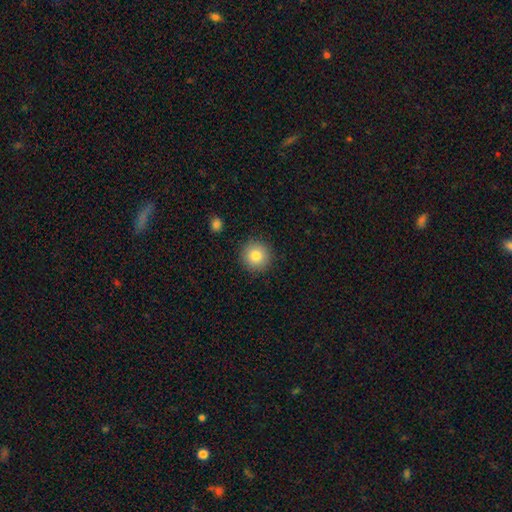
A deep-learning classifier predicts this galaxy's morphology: Smooth or featured? Predicted: smooth (p=0.82). How rounded? Predicted: round (p=0.95). Merging? Predicted: none (p=0.91).